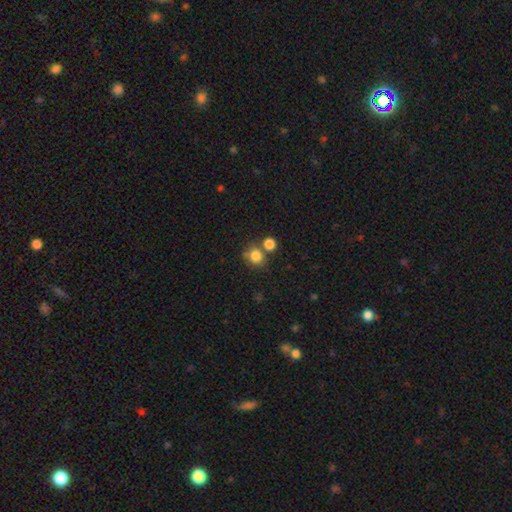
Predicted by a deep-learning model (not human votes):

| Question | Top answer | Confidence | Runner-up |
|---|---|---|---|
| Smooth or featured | smooth | 82% | star or artifact (11%) |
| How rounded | round | 77% | in between (22%) |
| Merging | none | 58% | merger (26%) |